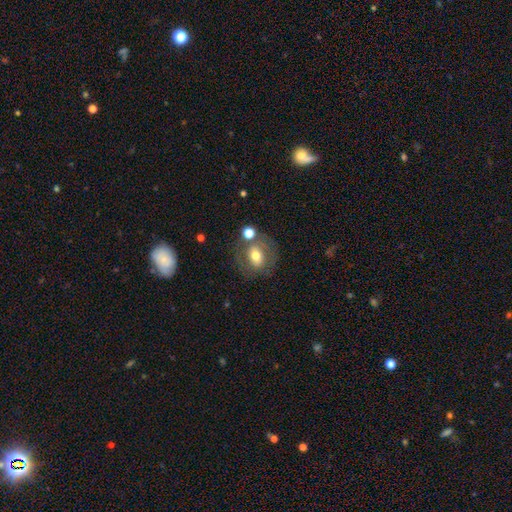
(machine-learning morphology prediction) type=smooth (54%); roundness=round (55%); merging=none (61%).